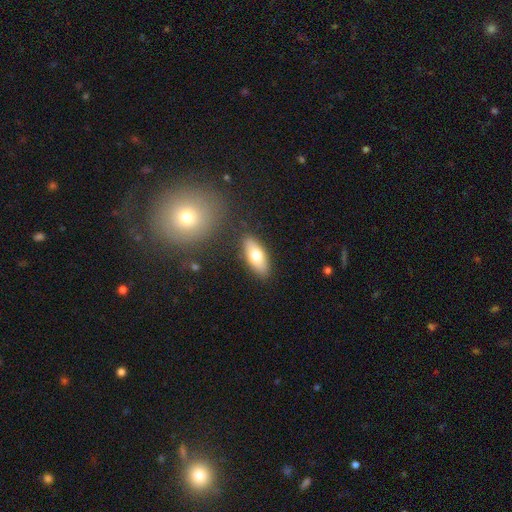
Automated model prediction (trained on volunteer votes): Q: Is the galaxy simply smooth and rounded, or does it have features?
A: smooth — 70%.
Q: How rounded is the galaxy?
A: in between — 79%.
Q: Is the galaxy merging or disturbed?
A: none — 85%.